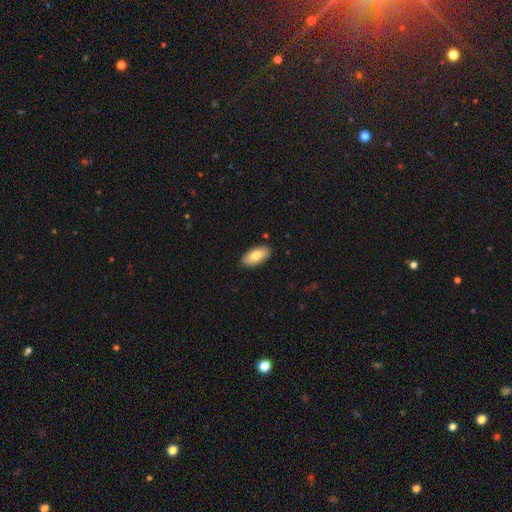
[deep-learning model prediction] Smooth or featured? smooth (82%)
How rounded? in between (89%)
Merging? none (89%)